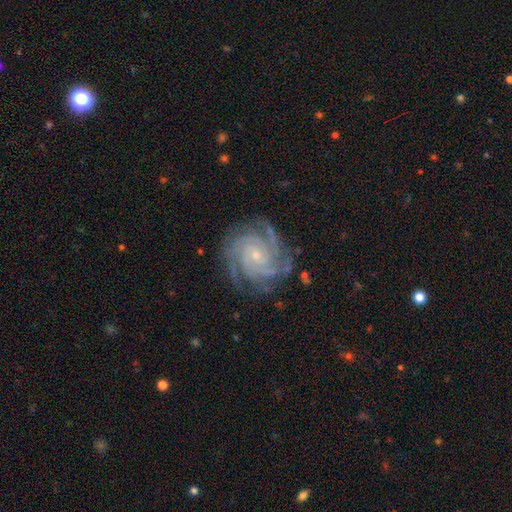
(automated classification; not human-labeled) Smooth or featured? featured or disk (91%)
Edge-on disk? no (98%)
Bar? no (69%)
Spiral arms? yes (98%)
Spiral winding? tight (73%)
Spiral arm count? 4 (34%)
Bulge size? small (81%)
Merging? none (79%)